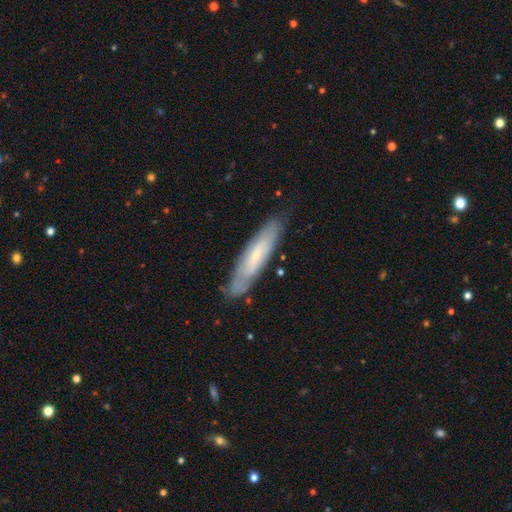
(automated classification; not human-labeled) Smooth or featured? featured or disk (49%)
Merging? none (80%)